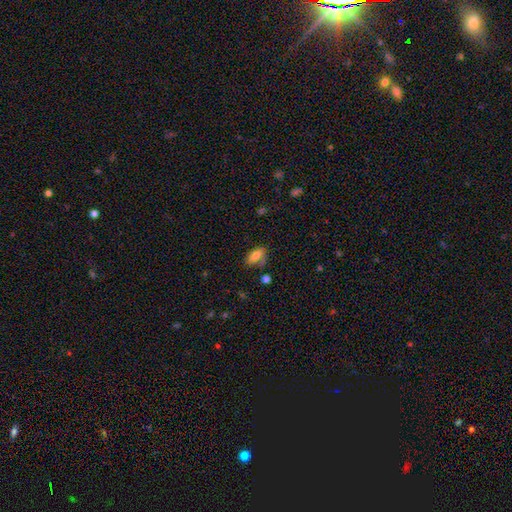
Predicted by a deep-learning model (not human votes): Smooth or featured? smooth (76%)
How rounded? in between (86%)
Merging? none (63%)